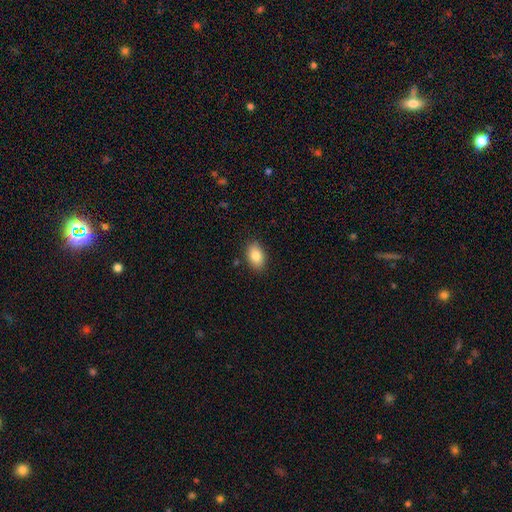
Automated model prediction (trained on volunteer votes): The model was most divided on "smooth or featured": smooth: 84%, featured or disk: 8%, star or artifact: 7%. More confident: how rounded — in between (89%); merging — none (87%).